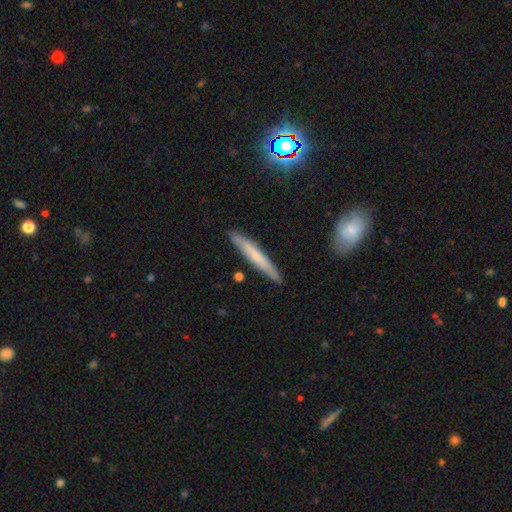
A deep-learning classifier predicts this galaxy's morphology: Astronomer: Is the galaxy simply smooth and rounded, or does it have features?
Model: smooth — 57% (runner-up: featured or disk, 37%).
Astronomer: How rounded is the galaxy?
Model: cigar-shaped — 95%.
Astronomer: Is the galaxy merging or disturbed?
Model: none — 87%.